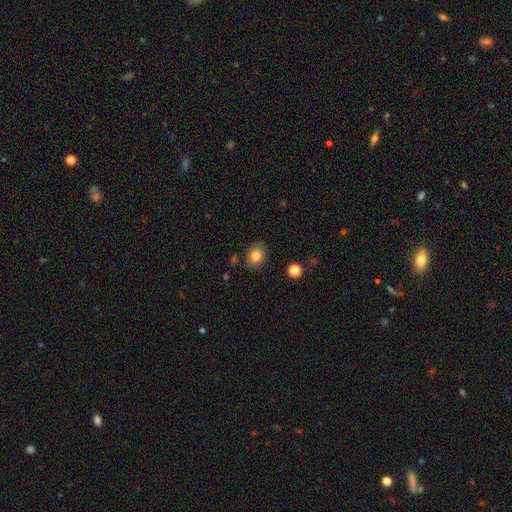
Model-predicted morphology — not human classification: Smooth or featured? smooth (83%)
How rounded? in between (70%)
Merging? none (83%)